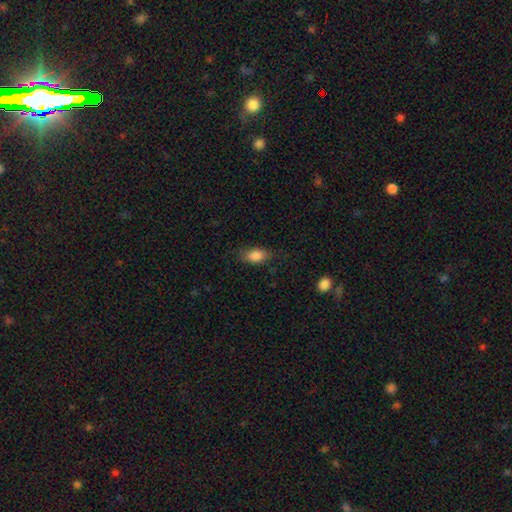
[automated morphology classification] Smooth or featured? Predicted: smooth (p=0.85). How rounded? Predicted: in between (p=0.87). Merging? Predicted: none (p=0.75).